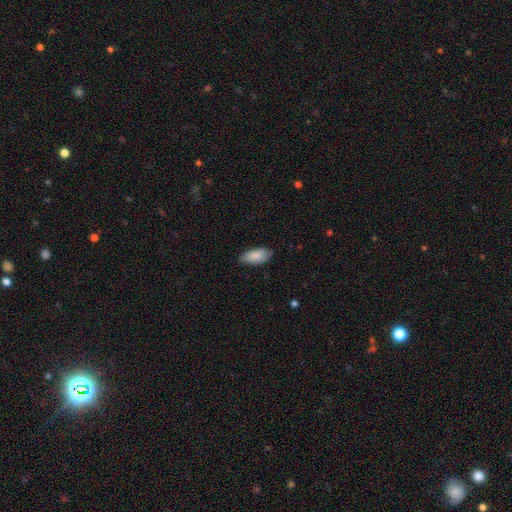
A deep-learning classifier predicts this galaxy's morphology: This appears to be a smooth galaxy with no disk features (86%) that is in between round and cigar-shaped (91%). Merging: none (81%).